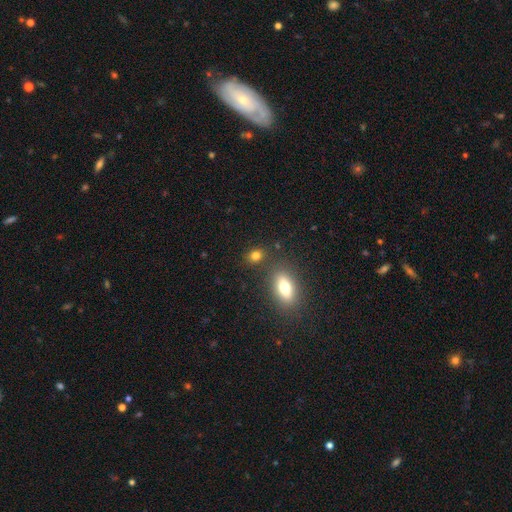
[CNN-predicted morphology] This is likely a smooth galaxy (79%). How rounded: possibly in between (51%). Merging: likely none (77%).